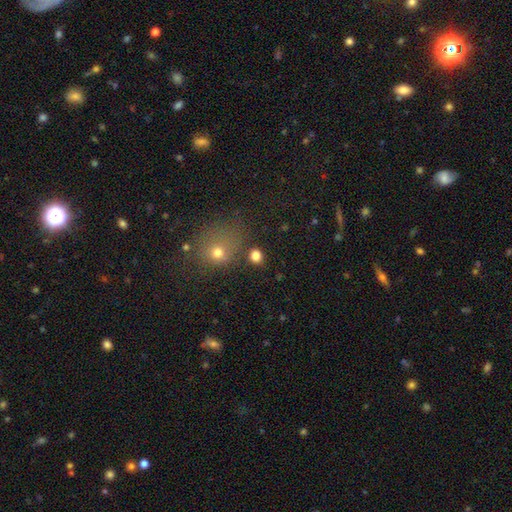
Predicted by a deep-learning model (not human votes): smooth 81%, star or artifact 14%, featured or disk 5%. Down the decision tree: how rounded — round (74%); merging — none (81%).